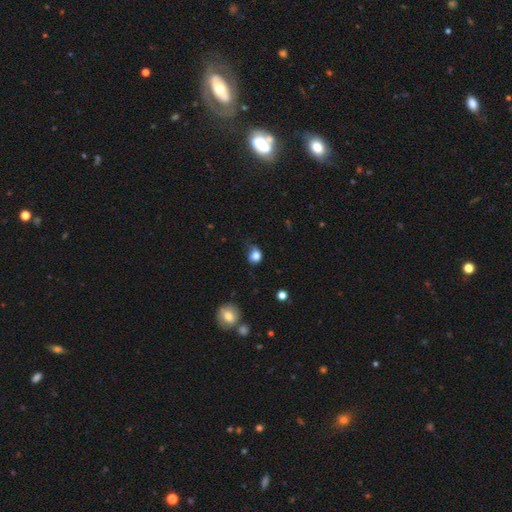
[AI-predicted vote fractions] smooth 81%, star or artifact 11%, featured or disk 9%. Down the decision tree: how rounded — round (66%); merging — none (46%).